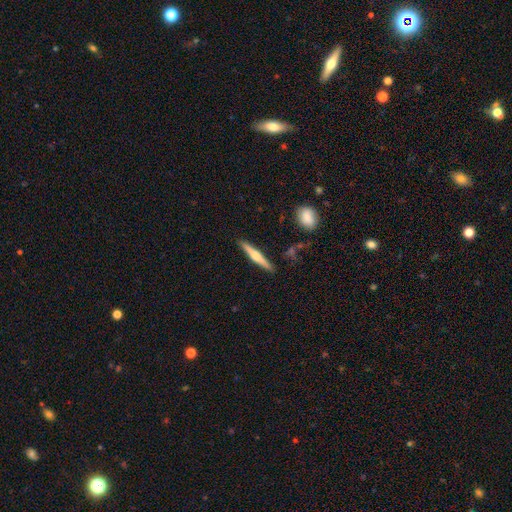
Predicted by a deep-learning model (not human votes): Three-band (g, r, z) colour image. It shows a featured or disk galaxy (51%) viewed edge-on (97%). Merging: none (89%).